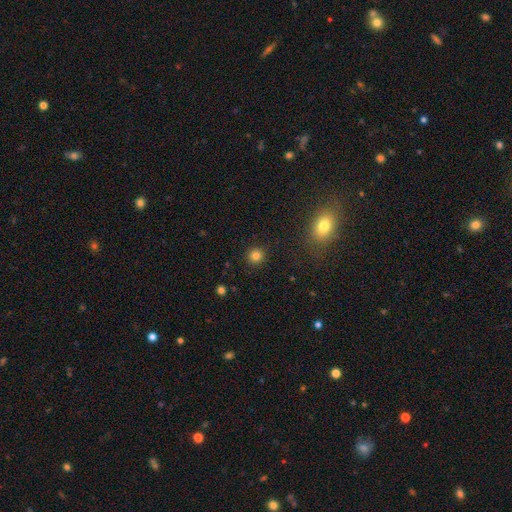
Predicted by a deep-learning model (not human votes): Smooth or featured? smooth (82%)
How rounded? round (93%)
Merging? none (91%)